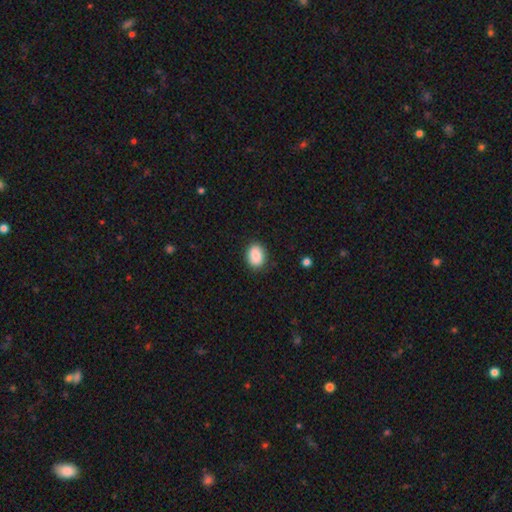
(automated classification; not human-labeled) smooth_or_featured: smooth (p=0.87) [alt: star or artifact p=0.07]
how_rounded: in between (p=0.62) [alt: round p=0.37]
merging: none (p=0.84) [alt: minor disturbance p=0.12]